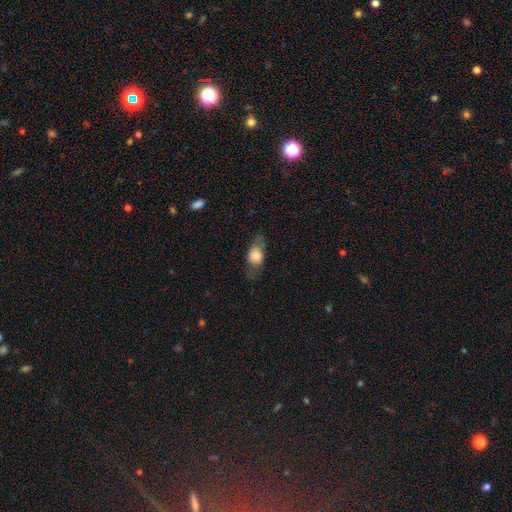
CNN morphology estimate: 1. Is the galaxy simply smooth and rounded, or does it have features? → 66% smooth, 26% featured or disk, 8% star or artifact.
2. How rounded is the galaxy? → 67% in between, 22% round, 10% cigar-shaped.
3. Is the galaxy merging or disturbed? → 65% none, 22% minor disturbance, 12% major disturbance, 2% merger.